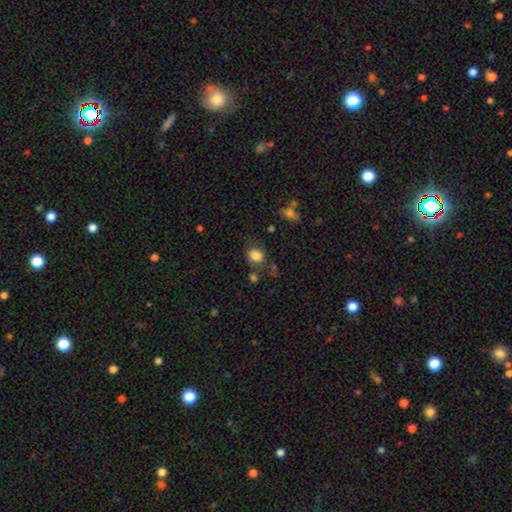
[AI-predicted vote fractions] A smooth galaxy with no disk features (83%) that is in between round and cigar-shaped (51%). Merging: none (65%).